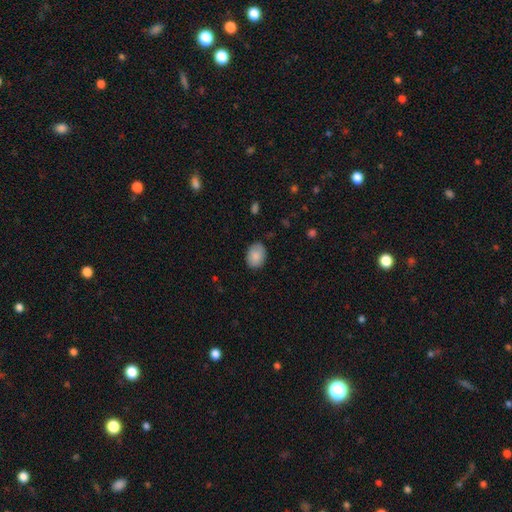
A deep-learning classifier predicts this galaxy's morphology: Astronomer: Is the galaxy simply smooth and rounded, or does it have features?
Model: smooth — 88%.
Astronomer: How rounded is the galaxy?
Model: in between — 77%.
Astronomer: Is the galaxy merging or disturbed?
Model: none — 83%.